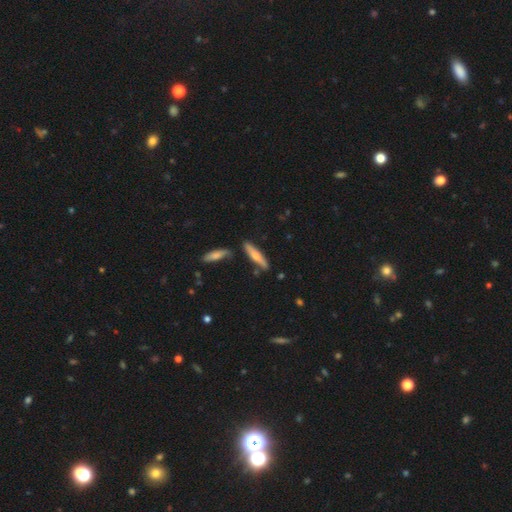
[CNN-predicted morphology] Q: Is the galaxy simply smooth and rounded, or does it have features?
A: smooth — 58%.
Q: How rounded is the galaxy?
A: cigar-shaped — 82%.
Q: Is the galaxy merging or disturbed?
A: none — 78%.